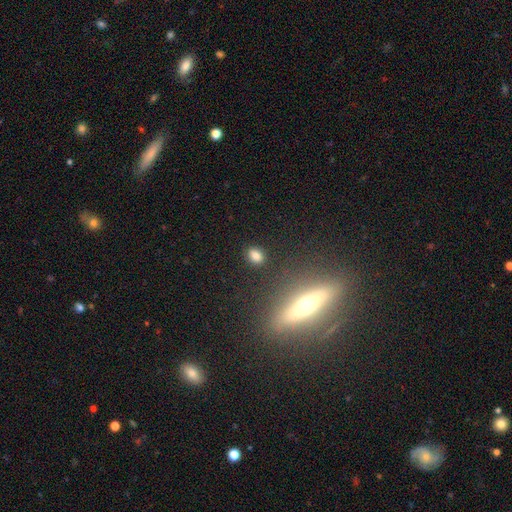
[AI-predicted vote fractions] A smooth galaxy with no disk features (81%) that is in between round and cigar-shaped (64%).

Vote fractions:
- Smooth or featured? smooth: 81% / star or artifact: 12% / featured or disk: 7%
- How rounded? in between: 64% / round: 33% / cigar-shaped: 3%
- Merging? none: 84% / minor disturbance: 9% / merger: 4% / major disturbance: 3%